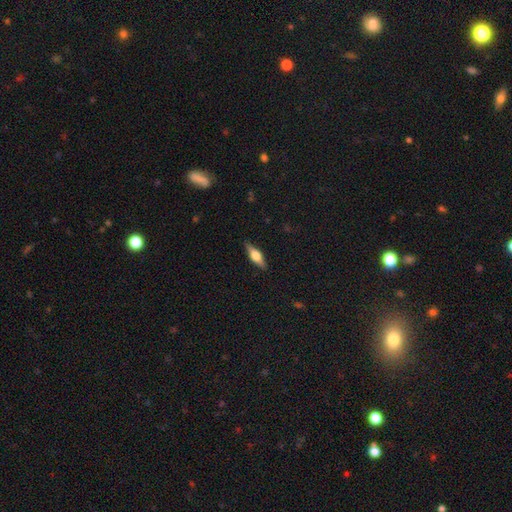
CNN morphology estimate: smooth_or_featured: featured or disk (p=0.59) [alt: smooth p=0.35]
disk_edge_on: yes (p=0.96) [alt: no p=0.04]
edge_on_bulge: rounded (p=0.93) [alt: boxy p=0.06]
merging: none (p=0.89) [alt: minor disturbance p=0.08]